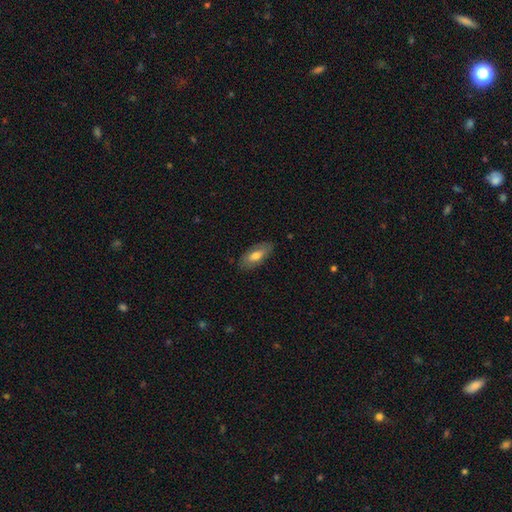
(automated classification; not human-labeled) smooth-or-featured: smooth: 69% | featured or disk: 25% | star or artifact: 6%
  how-rounded: in between: 86% | cigar-shaped: 12% | round: 2%
  merging: none: 81% | minor disturbance: 15% | major disturbance: 3% | merger: 1%